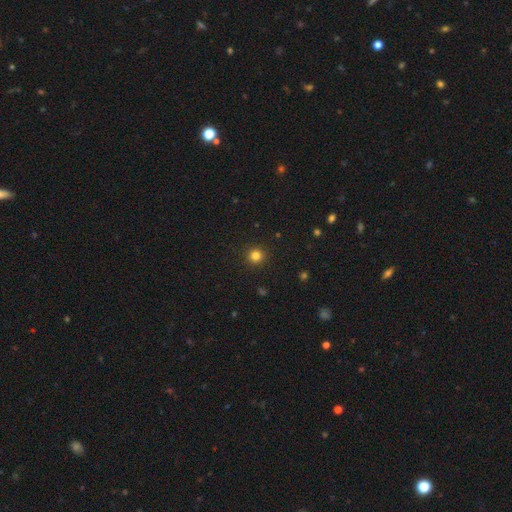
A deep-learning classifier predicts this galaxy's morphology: Smooth or featured? smooth (81%)
How rounded? round (95%)
Merging? none (93%)